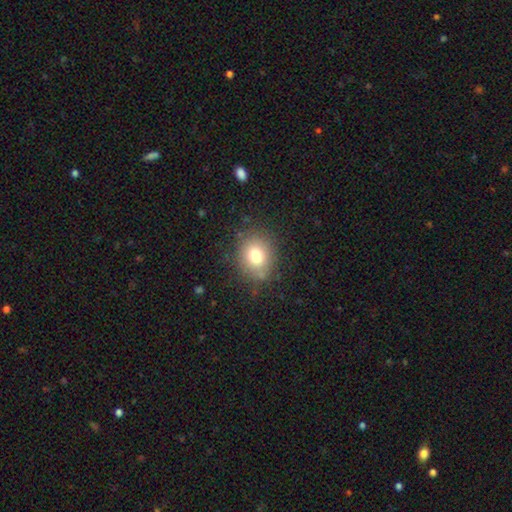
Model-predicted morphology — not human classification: smooth_or_featured: smooth (p=0.75) [alt: star or artifact p=0.13]
how_rounded: round (p=0.69) [alt: in between p=0.30]
merging: none (p=0.80) [alt: minor disturbance p=0.13]